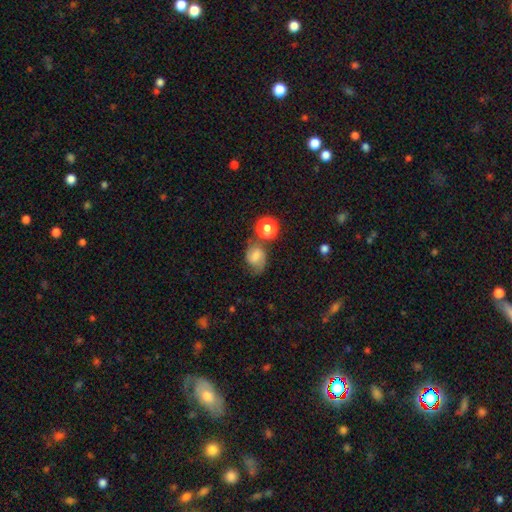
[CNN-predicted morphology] Smooth or featured? smooth (52%)
How rounded? in between (54%)
Merging? none (56%)